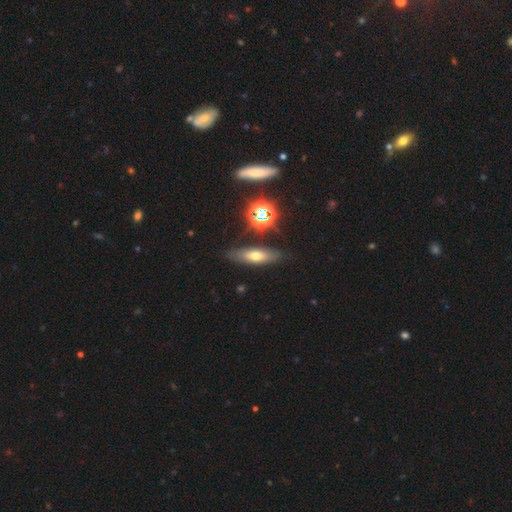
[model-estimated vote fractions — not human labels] This is possibly a smooth galaxy (56%). How rounded: possibly in between (52%). Merging: clearly none (81%).